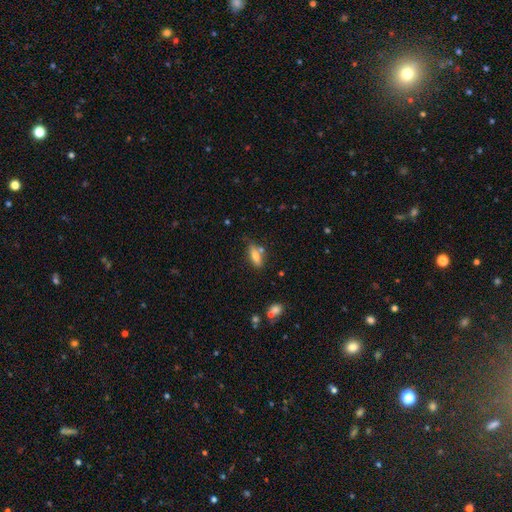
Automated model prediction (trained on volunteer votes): smooth-or-featured: smooth: 70% | featured or disk: 21% | star or artifact: 9%
  how-rounded: in between: 63% | cigar-shaped: 34% | round: 3%
  merging: none: 61% | minor disturbance: 21% | merger: 13% | major disturbance: 6%